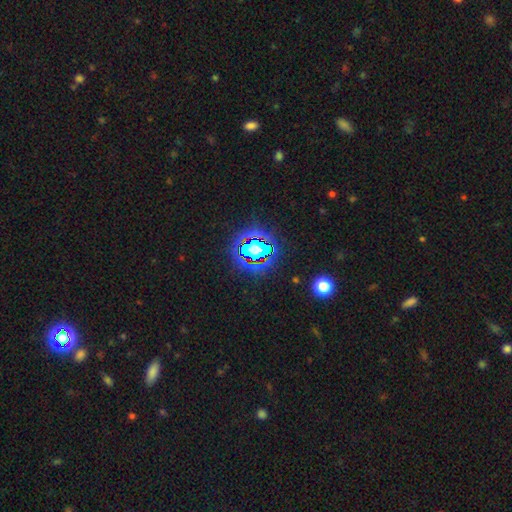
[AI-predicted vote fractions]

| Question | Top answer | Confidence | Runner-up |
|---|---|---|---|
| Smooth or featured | star or artifact | 78% | smooth (14%) |